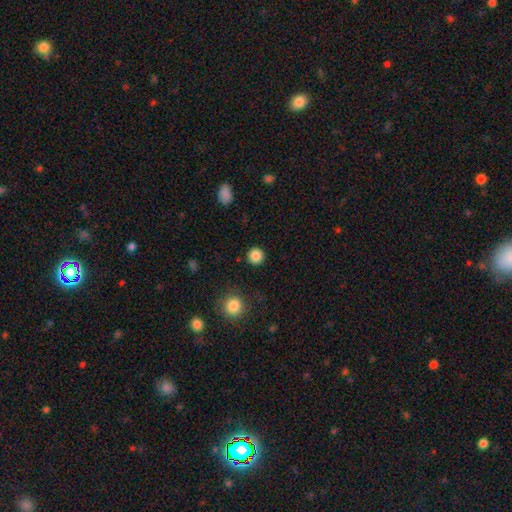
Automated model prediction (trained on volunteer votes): Morphology: type=smooth (86%); roundness=round (94%); merging=none (92%).